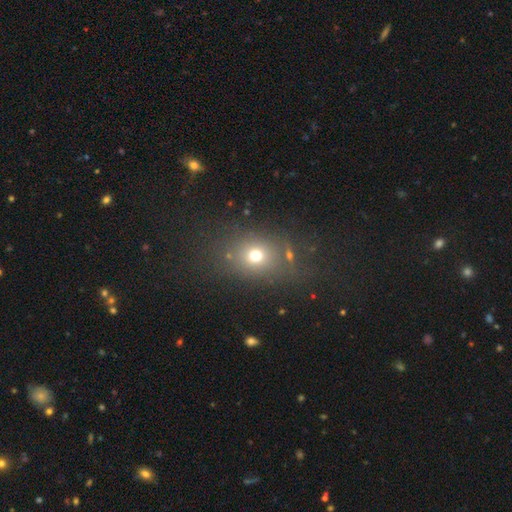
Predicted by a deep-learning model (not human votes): This is likely a smooth galaxy (69%). How rounded: likely round (61%). Merging: likely none (73%).